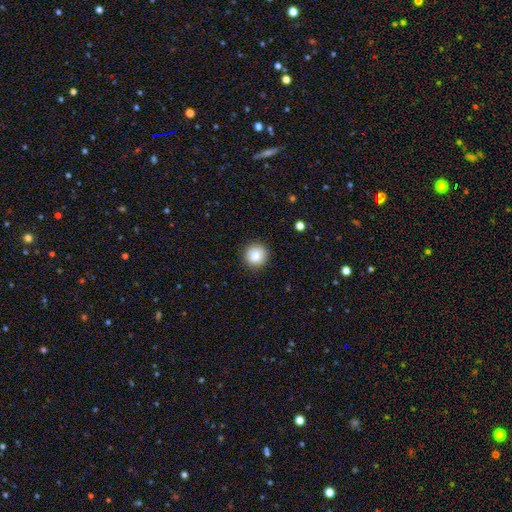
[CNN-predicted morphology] A smooth galaxy with no disk features (85%) that is round (94%).

Vote fractions:
- Smooth or featured? smooth: 85% / star or artifact: 9% / featured or disk: 6%
- How rounded? round: 94% / in between: 5% / cigar-shaped: 1%
- Merging? none: 91% / minor disturbance: 7% / major disturbance: 2% / merger: 1%